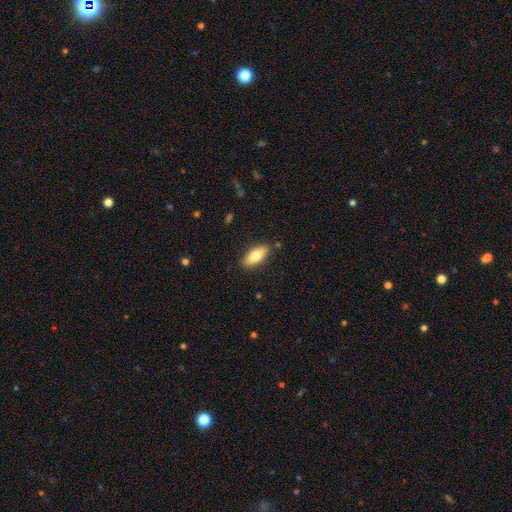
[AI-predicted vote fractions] Smooth or featured? Predicted: smooth (p=0.78). How rounded? Predicted: in between (p=0.78). Merging? Predicted: none (p=0.87).